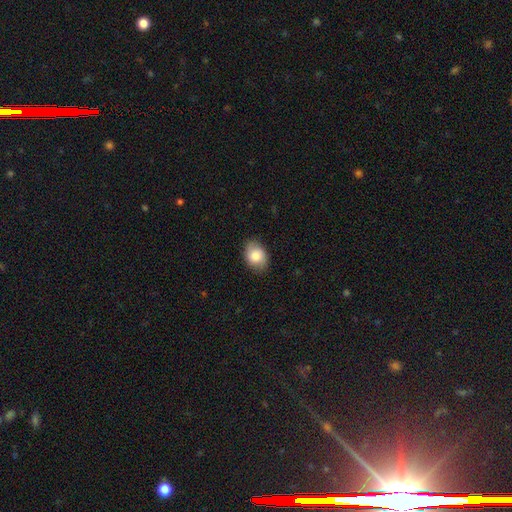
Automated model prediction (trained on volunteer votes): Q: Smooth or featured?
A: smooth (82%); runner-up: featured or disk (11%)
Q: How rounded?
A: in between (74%); runner-up: round (25%)
Q: Merging?
A: none (82%); runner-up: minor disturbance (14%)